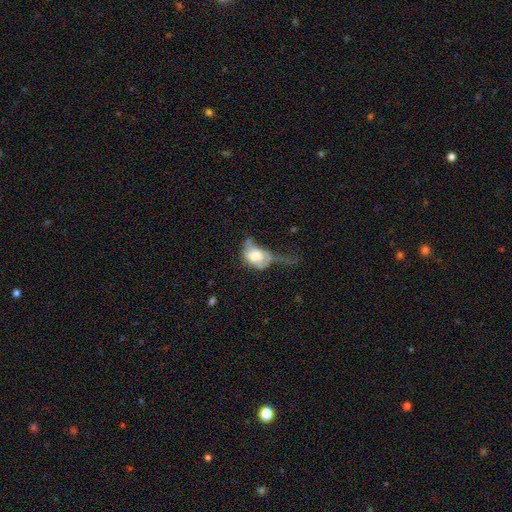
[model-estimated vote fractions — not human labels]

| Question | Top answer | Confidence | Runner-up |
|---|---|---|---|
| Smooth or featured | smooth | 62% | featured or disk (30%) |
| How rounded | in between | 75% | round (23%) |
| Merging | major disturbance | 52% | minor disturbance (21%) |